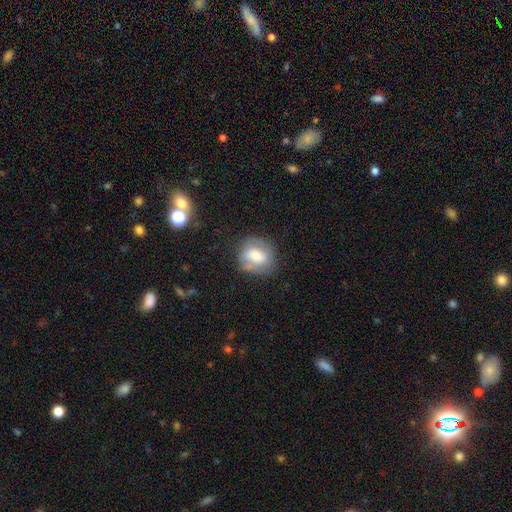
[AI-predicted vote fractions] smooth-or-featured: smooth: 51% | featured or disk: 41% | star or artifact: 8%
  how-rounded: round: 66% | in between: 33% | cigar-shaped: 1%
  merging: none: 65% | minor disturbance: 23% | major disturbance: 10% | merger: 3%